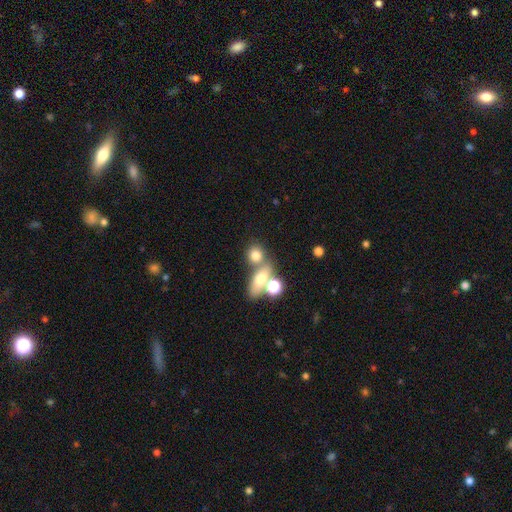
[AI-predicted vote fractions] This is likely a smooth galaxy (72%). How rounded: likely round (60%). Merging: possibly none (46%).